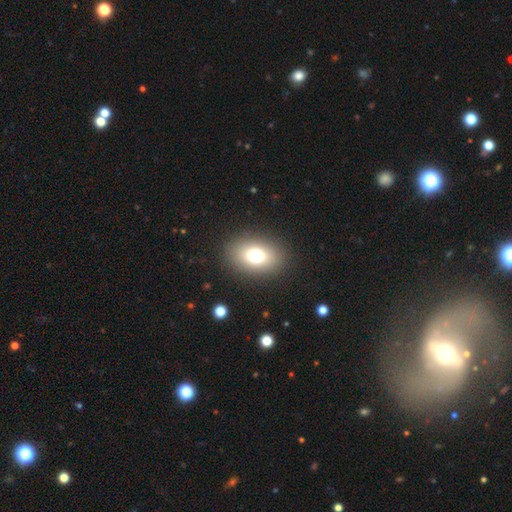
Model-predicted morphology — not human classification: smooth_or_featured: smooth (p=0.74) [alt: featured or disk p=0.14]
how_rounded: in between (p=0.74) [alt: round p=0.25]
merging: none (p=0.88) [alt: minor disturbance p=0.07]